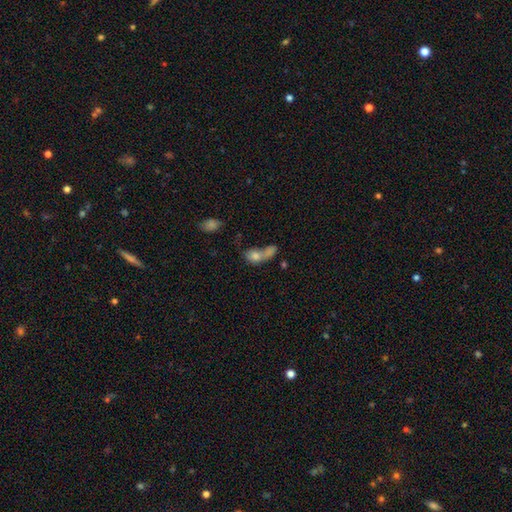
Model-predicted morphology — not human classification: Smooth or featured?
  - smooth: 73% *
  - featured or disk: 17%
  - star or artifact: 11%
How rounded?
  - in between: 64% *
  - round: 31%
  - cigar-shaped: 5%
Merging?
  - merger: 63% *
  - none: 19%
  - major disturbance: 10%
  - minor disturbance: 8%